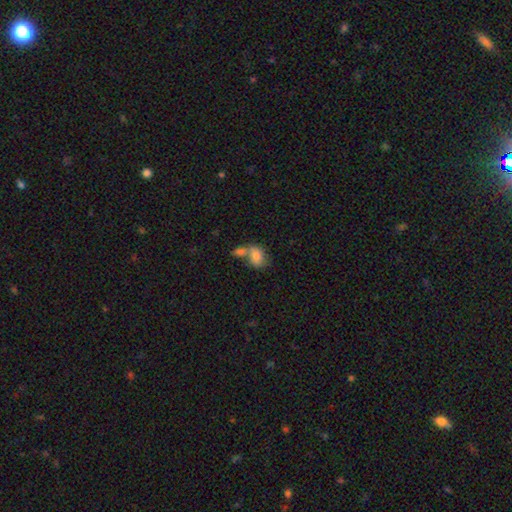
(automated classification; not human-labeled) A smooth galaxy with no disk features (80%) that is in between round and cigar-shaped (73%). Merging: merger (58%).